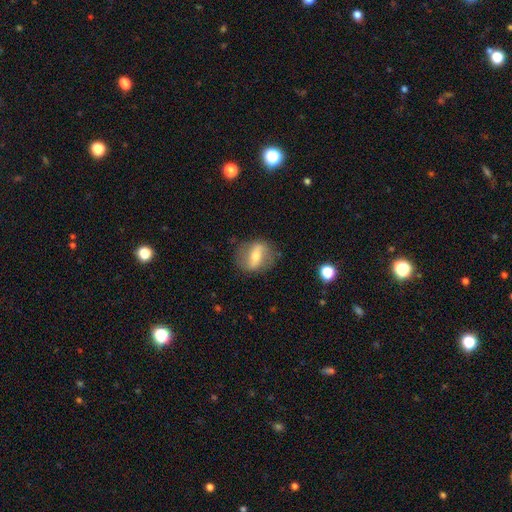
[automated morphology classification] The model was most divided on "smooth or featured": featured or disk: 57%, smooth: 35%, star or artifact: 8%. More confident: edge-on disk — no (82%); merging — none (79%).